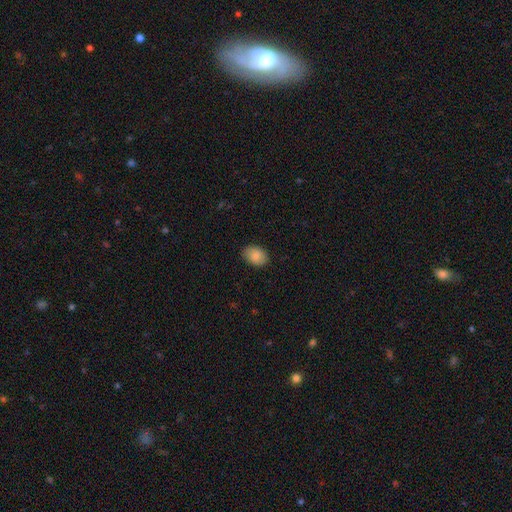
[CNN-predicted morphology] This is clearly a smooth galaxy (87%). How rounded: likely in between (76%). Merging: clearly none (85%).